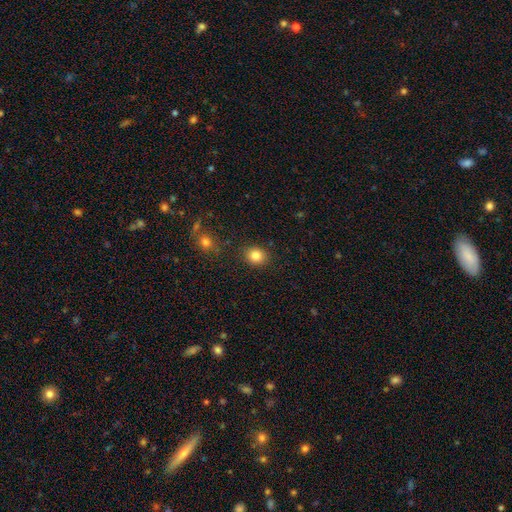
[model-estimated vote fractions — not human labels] Smooth or featured?
  - smooth: 83% *
  - star or artifact: 11%
  - featured or disk: 6%
How rounded?
  - round: 71% *
  - in between: 28%
  - cigar-shaped: 1%
Merging?
  - none: 88% *
  - minor disturbance: 8%
  - major disturbance: 2%
  - merger: 2%